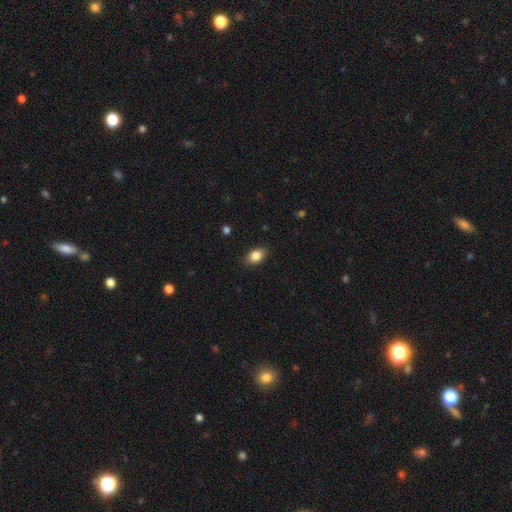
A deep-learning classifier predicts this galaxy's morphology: Smooth or featured? smooth (86%)
How rounded? in between (78%)
Merging? none (87%)